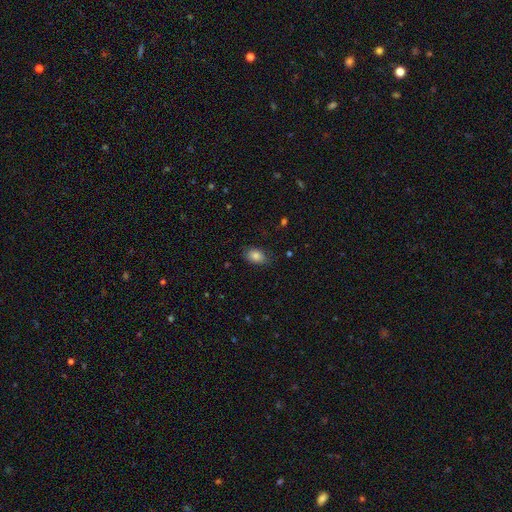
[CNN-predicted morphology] smooth_or_featured: smooth (p=0.84) [alt: star or artifact p=0.08]
how_rounded: in between (p=0.86) [alt: round p=0.12]
merging: none (p=0.78) [alt: minor disturbance p=0.17]